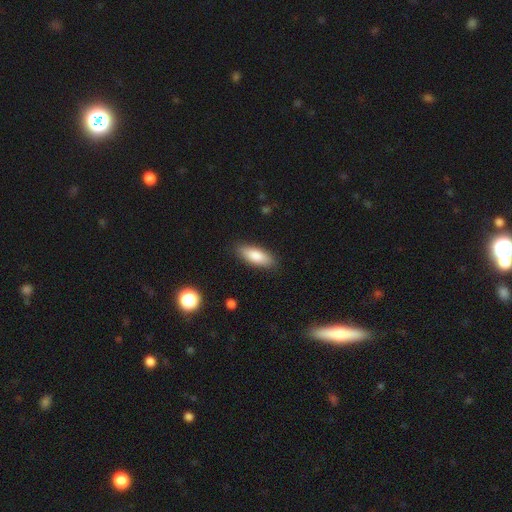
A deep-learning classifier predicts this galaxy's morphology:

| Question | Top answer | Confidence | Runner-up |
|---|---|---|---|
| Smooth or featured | smooth | 84% | featured or disk (10%) |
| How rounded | in between | 69% | cigar-shaped (29%) |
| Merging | none | 87% | minor disturbance (10%) |